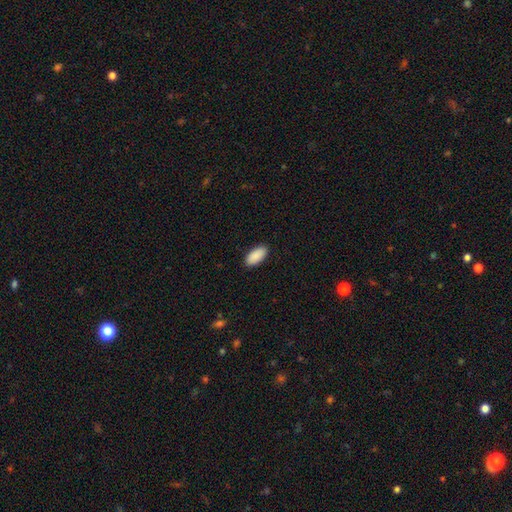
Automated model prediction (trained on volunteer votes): This appears to be a smooth galaxy with no disk features (91%) that is in between round and cigar-shaped (93%). Merging: none (90%).